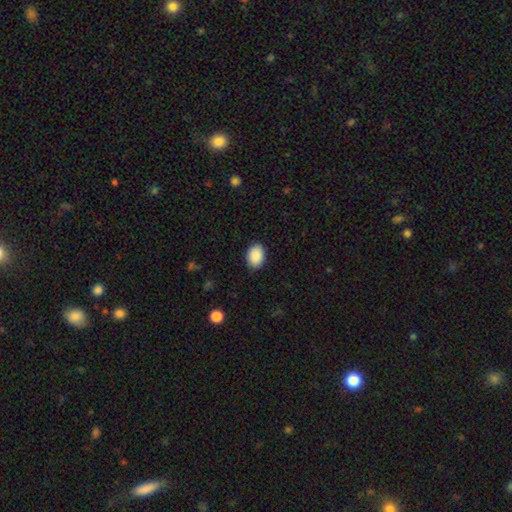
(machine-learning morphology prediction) type=smooth (90%); roundness=in between (77%); merging=none (88%).